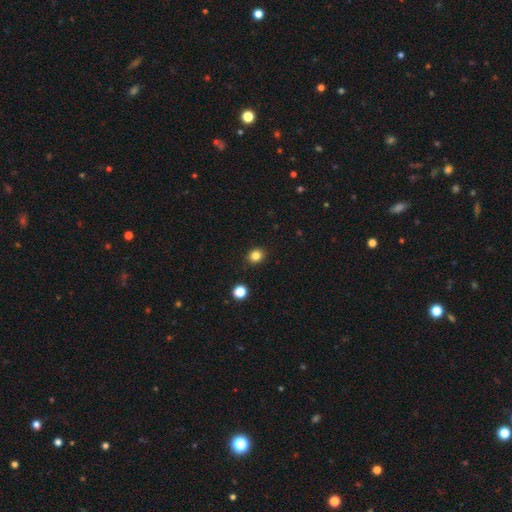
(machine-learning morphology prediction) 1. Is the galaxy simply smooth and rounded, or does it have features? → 83% smooth, 13% star or artifact, 4% featured or disk.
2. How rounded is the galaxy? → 78% round, 21% in between, 1% cigar-shaped.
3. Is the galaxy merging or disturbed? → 91% none, 6% minor disturbance, 2% major disturbance, 1% merger.